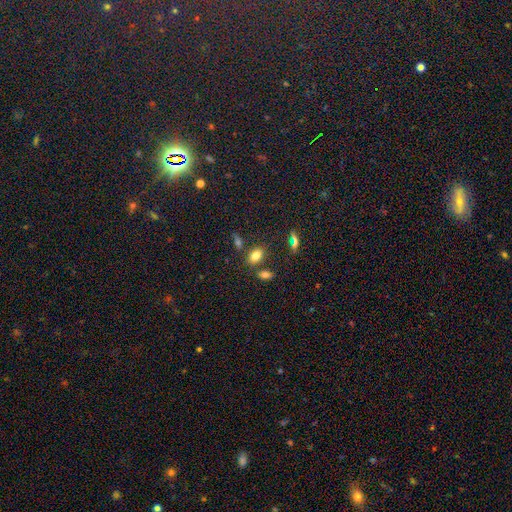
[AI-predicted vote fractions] Morphology: type=smooth (79%); roundness=in between (85%); merging=none (72%).